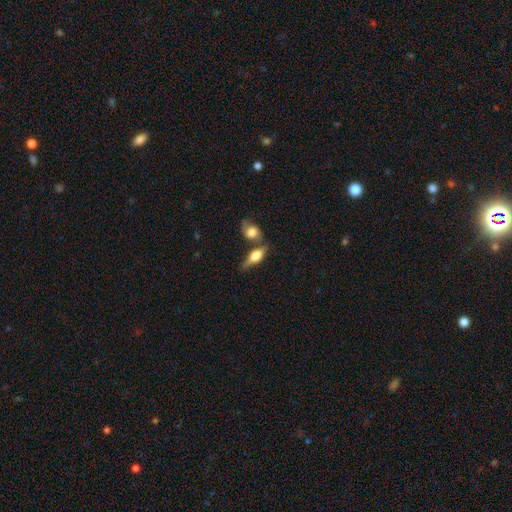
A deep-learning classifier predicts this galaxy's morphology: Q: Smooth or featured?
A: smooth (51%); runner-up: featured or disk (41%)
Q: How rounded?
A: in between (60%); runner-up: cigar-shaped (33%)
Q: Merging?
A: none (49%); runner-up: merger (29%)